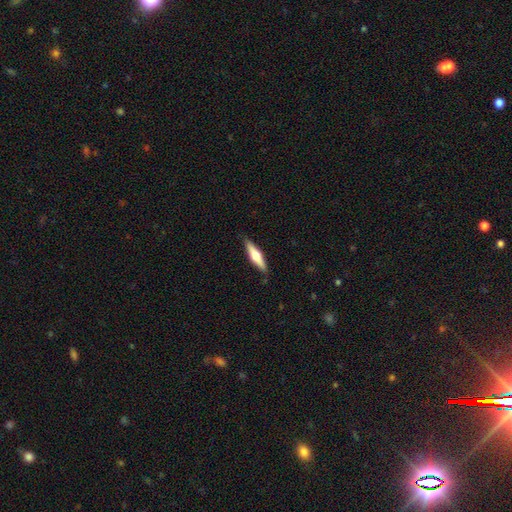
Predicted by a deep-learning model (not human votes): This is possibly a featured or disk galaxy (51%). It is clearly viewed edge-on (95%). Merging: clearly none (88%).